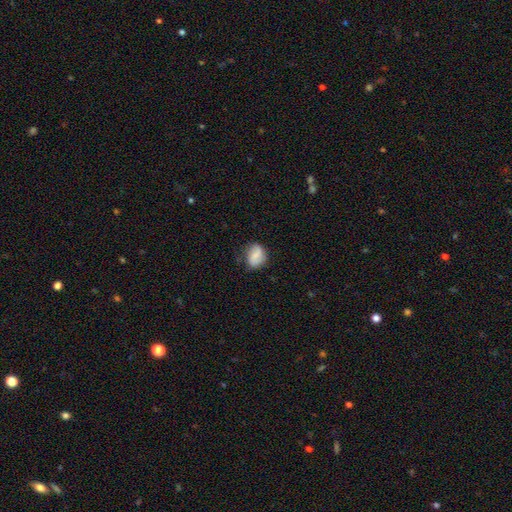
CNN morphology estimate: smooth_or_featured: smooth (p=0.65) [alt: featured or disk p=0.26]
how_rounded: in between (p=0.51) [alt: round p=0.48]
merging: none (p=0.65) [alt: minor disturbance p=0.25]